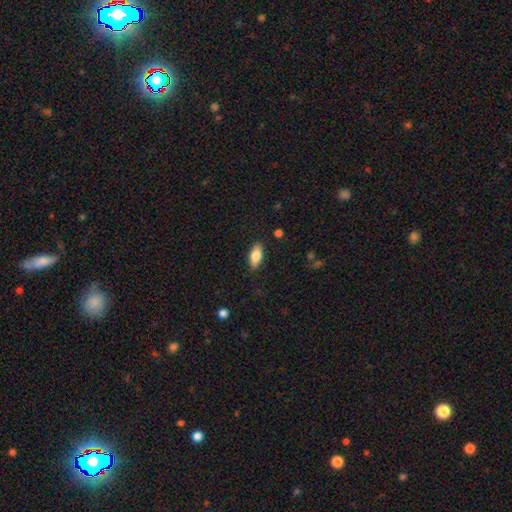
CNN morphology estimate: Smooth or featured: smooth — 77% (featured or disk — 16%)
How rounded: in between — 83% (cigar-shaped — 14%)
Merging: none — 86% (minor disturbance — 10%)